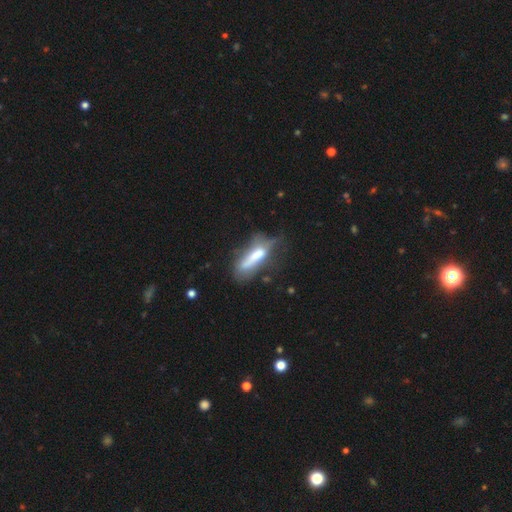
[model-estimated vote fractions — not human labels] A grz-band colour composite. It shows a smooth galaxy with no disk features (53%) that is cigar-shaped (61%). Merging: none (33%).